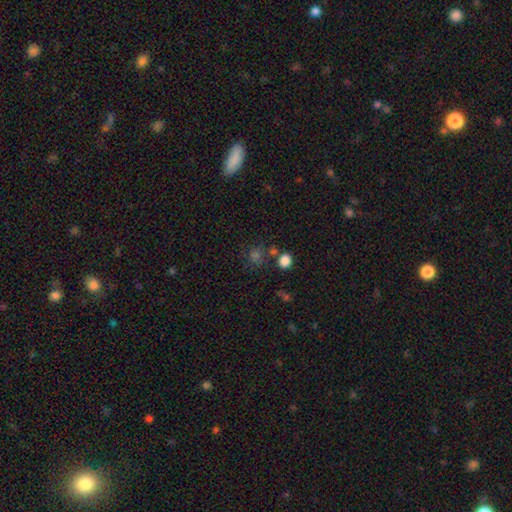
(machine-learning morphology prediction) This is likely a smooth galaxy (63%). How rounded: clearly round (84%). Merging: likely none (72%).